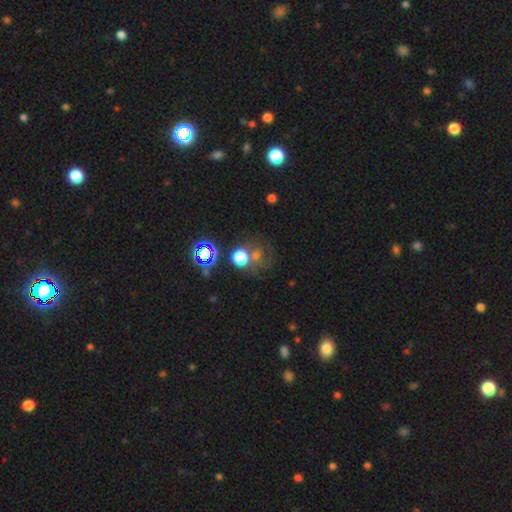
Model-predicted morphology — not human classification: Q: Smooth or featured?
A: smooth (44%); runner-up: star or artifact (41%)
Q: Merging?
A: none (54%); runner-up: merger (23%)